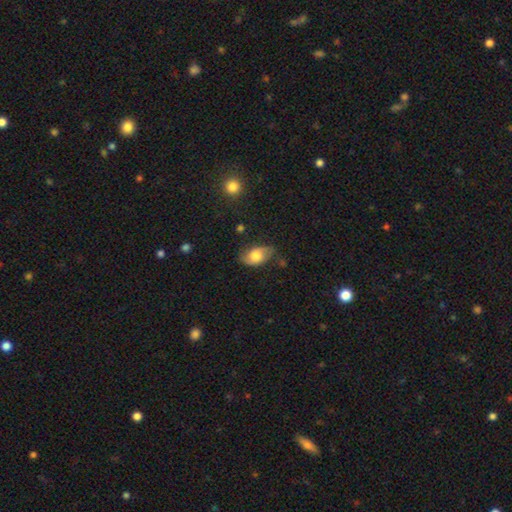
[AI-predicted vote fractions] Smooth or featured? Predicted: smooth (p=0.69). How rounded? Predicted: in between (p=0.90). Merging? Predicted: none (p=0.65).